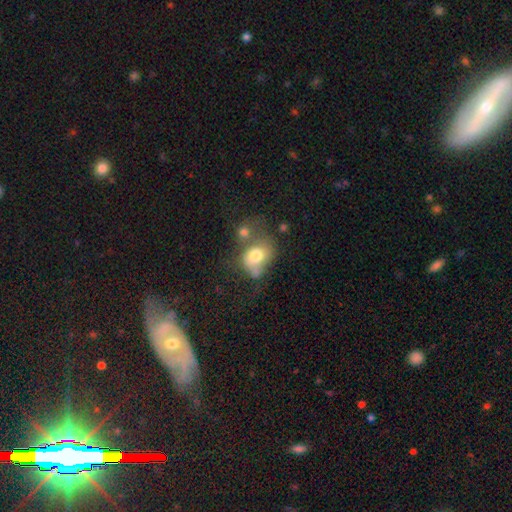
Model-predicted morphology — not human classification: This is likely a smooth galaxy (69%). How rounded: possibly in between (56%). Merging: marginally merger (38%).